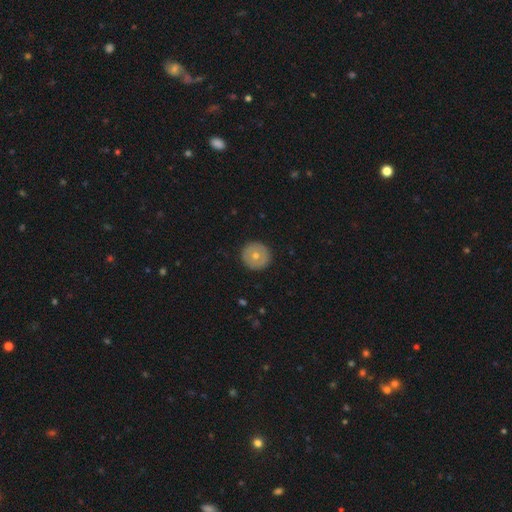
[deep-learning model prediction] A smooth galaxy with no disk features (63%) that is round (96%).

Vote fractions:
- Smooth or featured? smooth: 63% / featured or disk: 30% / star or artifact: 7%
- How rounded? round: 96% / in between: 3% / cigar-shaped: 1%
- Merging? none: 92% / minor disturbance: 5% / major disturbance: 2% / merger: 1%